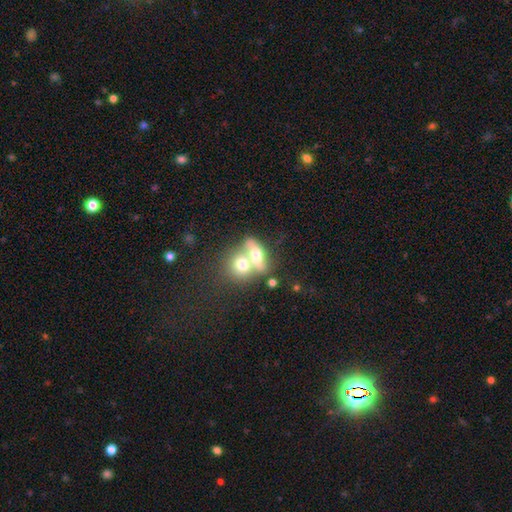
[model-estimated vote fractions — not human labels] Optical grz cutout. It shows a smooth galaxy with no disk features (62%) that is in between round and cigar-shaped (64%). Merging: merger (69%).